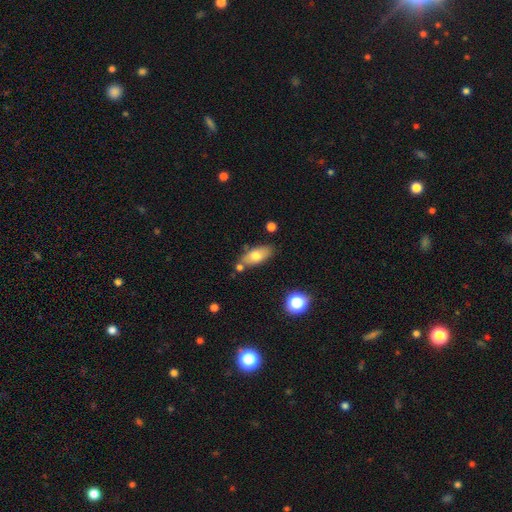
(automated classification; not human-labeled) smooth-or-featured: smooth: 73% | featured or disk: 19% | star or artifact: 8%
  how-rounded: in between: 83% | cigar-shaped: 13% | round: 4%
  merging: none: 72% | minor disturbance: 15% | merger: 9% | major disturbance: 3%